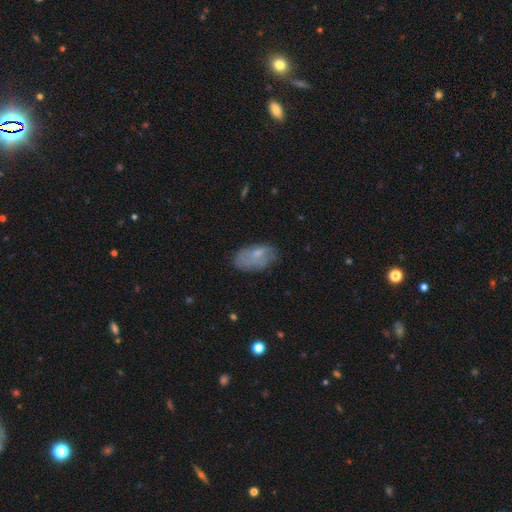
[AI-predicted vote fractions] Overall: smooth (63%; featured or disk 29%). How rounded: in between (93%). Merging: none (65%; minor disturbance 25%).